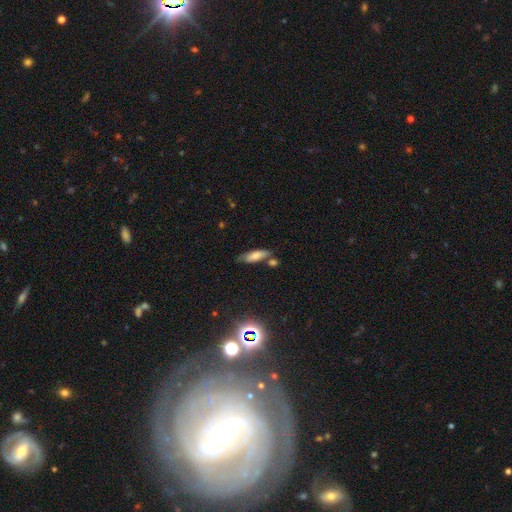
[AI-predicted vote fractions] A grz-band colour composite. It shows a smooth galaxy with no disk features (65%) that is in between round and cigar-shaped (54%). Merging: none (61%).